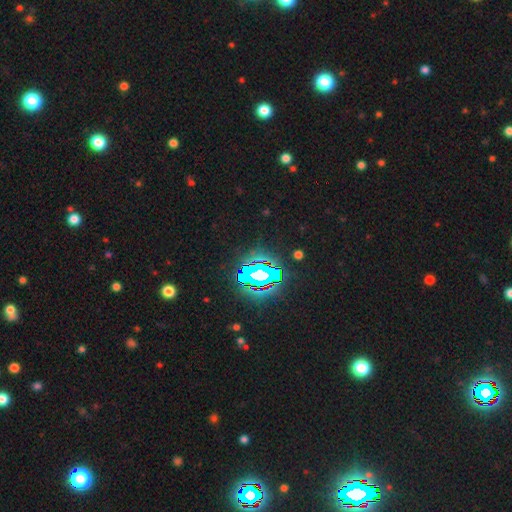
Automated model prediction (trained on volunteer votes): Morphology: type=star or artifact (83%).